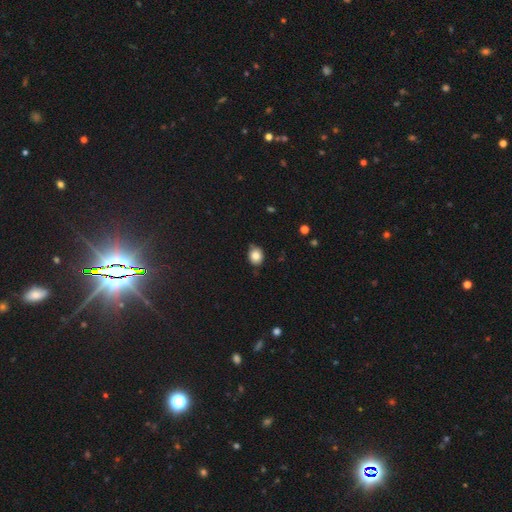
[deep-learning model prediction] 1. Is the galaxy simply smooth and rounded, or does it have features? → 83% smooth, 9% star or artifact, 7% featured or disk.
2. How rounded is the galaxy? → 56% round, 43% in between, 1% cigar-shaped.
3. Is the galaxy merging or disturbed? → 73% none, 22% minor disturbance, 3% major disturbance, 2% merger.